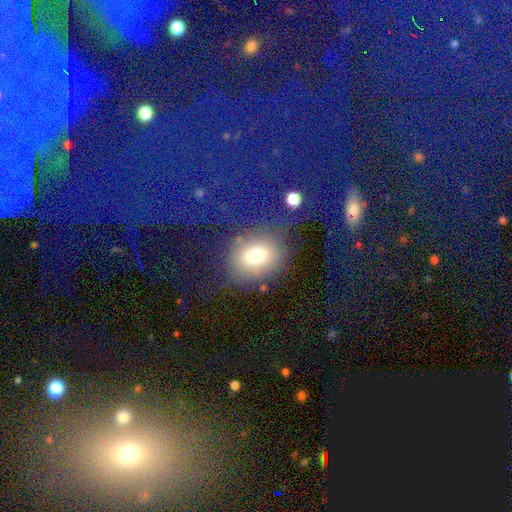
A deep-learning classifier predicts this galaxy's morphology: Smooth or featured? Predicted: smooth (p=0.74). How rounded? Predicted: in between (p=0.50). Merging? Predicted: none (p=0.63).